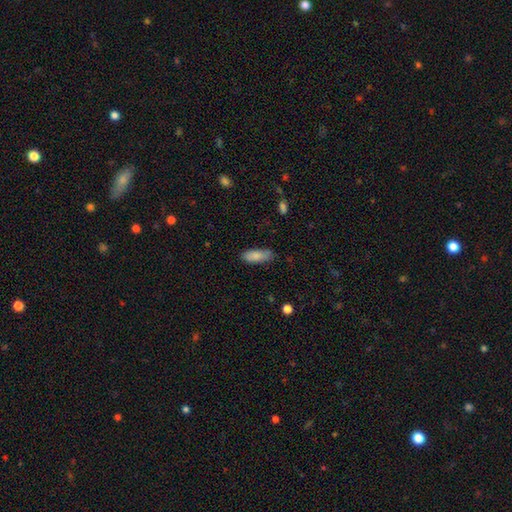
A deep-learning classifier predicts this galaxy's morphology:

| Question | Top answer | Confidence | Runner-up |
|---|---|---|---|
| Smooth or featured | smooth | 85% | featured or disk (9%) |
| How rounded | in between | 70% | cigar-shaped (28%) |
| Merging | none | 76% | minor disturbance (19%) |